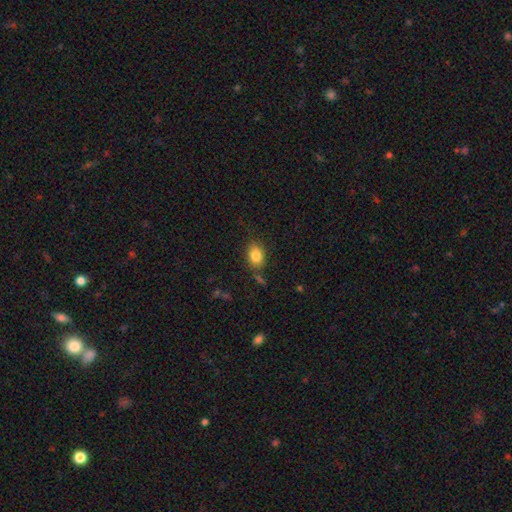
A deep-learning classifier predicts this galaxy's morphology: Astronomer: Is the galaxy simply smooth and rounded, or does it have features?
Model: smooth — 83%.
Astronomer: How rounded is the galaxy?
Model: in between — 65%.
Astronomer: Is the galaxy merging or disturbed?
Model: none — 73%.